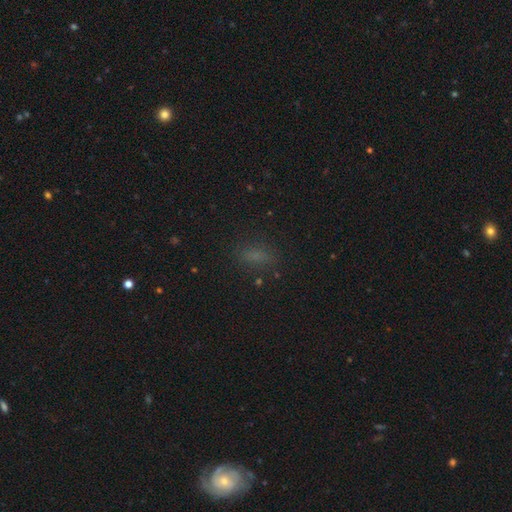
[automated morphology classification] smooth-or-featured: smooth: 70% | star or artifact: 21% | featured or disk: 9%
  how-rounded: in between: 69% | cigar-shaped: 21% | round: 10%
  merging: none: 80% | minor disturbance: 13% | major disturbance: 5% | merger: 2%